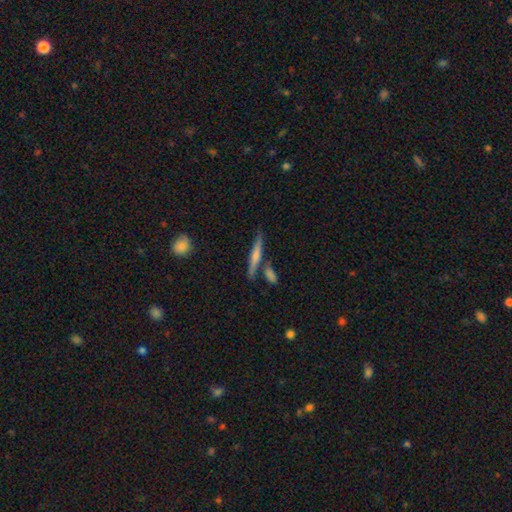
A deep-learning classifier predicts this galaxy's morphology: This is possibly a smooth galaxy (49%). Merging: likely none (71%).